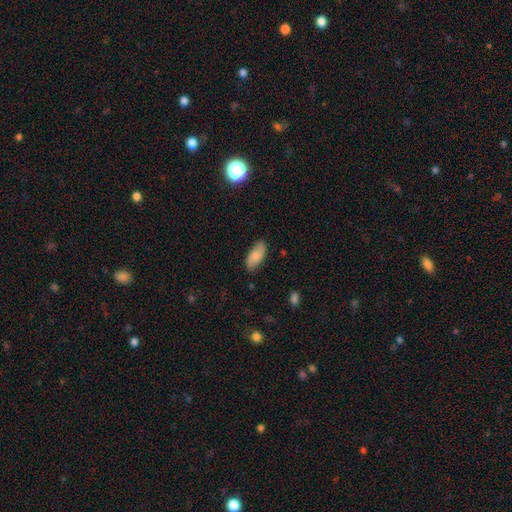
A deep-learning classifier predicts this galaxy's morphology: type=smooth (78%); roundness=in between (88%); merging=none (81%).